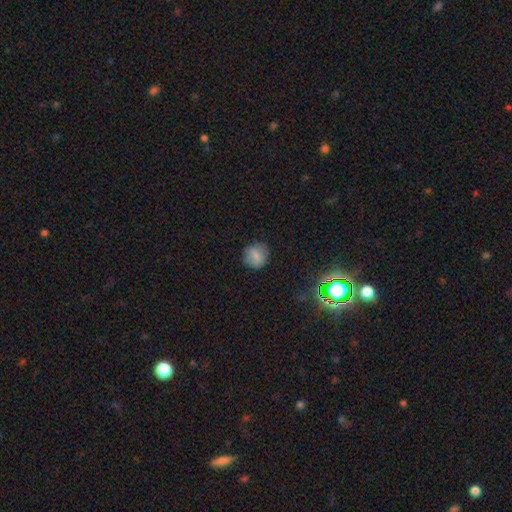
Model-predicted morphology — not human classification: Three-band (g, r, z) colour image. It shows a smooth galaxy with no disk features (72%) that is round (84%). Merging: none (79%).